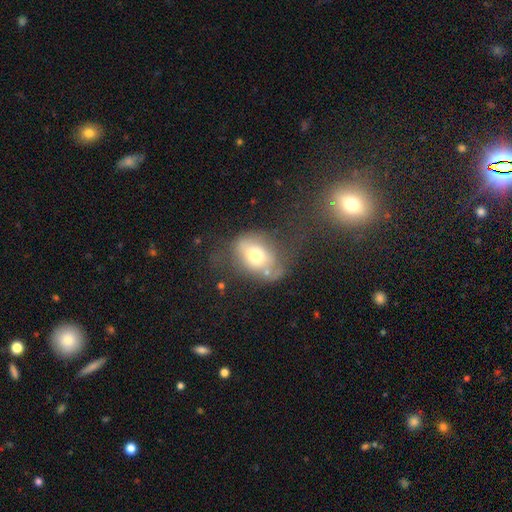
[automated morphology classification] type=smooth (59%); roundness=in between (58%); merging=none (44%).